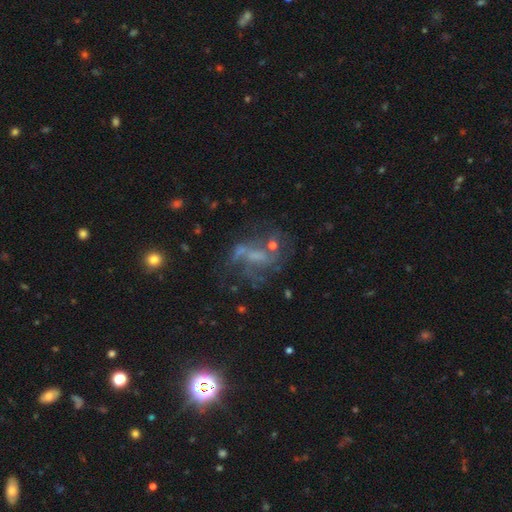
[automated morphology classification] Smooth or featured?
  - featured or disk: 60% *
  - star or artifact: 23%
  - smooth: 17%
Edge-on disk?
  - no: 96% *
  - yes: 4%
Bar?
  - no: 54% *
  - weak: 33%
  - strong: 12%
Spiral arms?
  - yes: 54% *
  - no: 46%
Bulge size?
  - none: 43% *
  - small: 28%
  - moderate: 23%
  - large: 4%
  - dominant: 2%
Merging?
  - none: 40% *
  - major disturbance: 32%
  - minor disturbance: 16%
  - merger: 12%